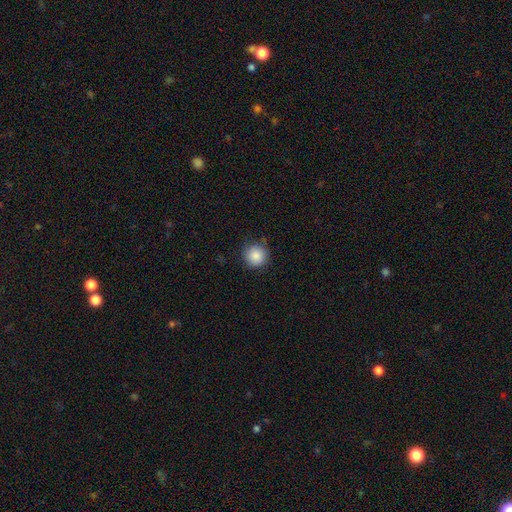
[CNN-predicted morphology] Smooth or featured? smooth (87%)
How rounded? round (95%)
Merging? none (85%)